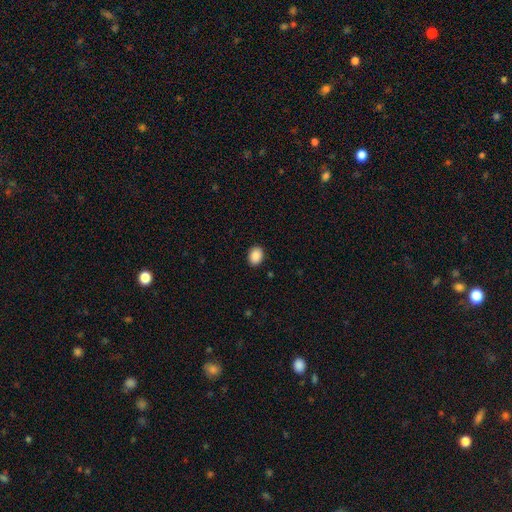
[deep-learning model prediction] smooth 90%, star or artifact 8%, featured or disk 3%. Down the decision tree: how rounded — in between (69%); merging — none (90%).